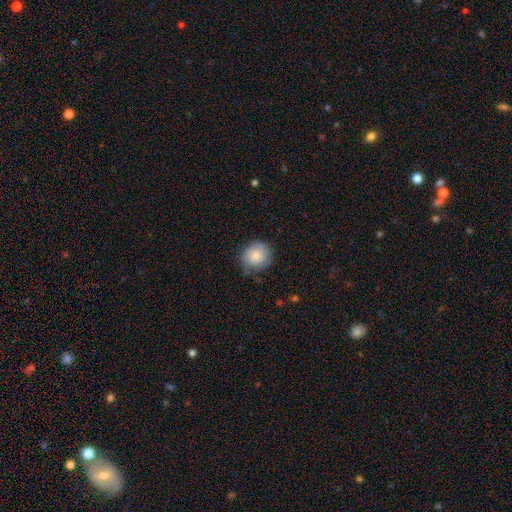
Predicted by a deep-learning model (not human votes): This appears to be a smooth galaxy with no disk features (74%) that is round (89%). Merging: none (71%).